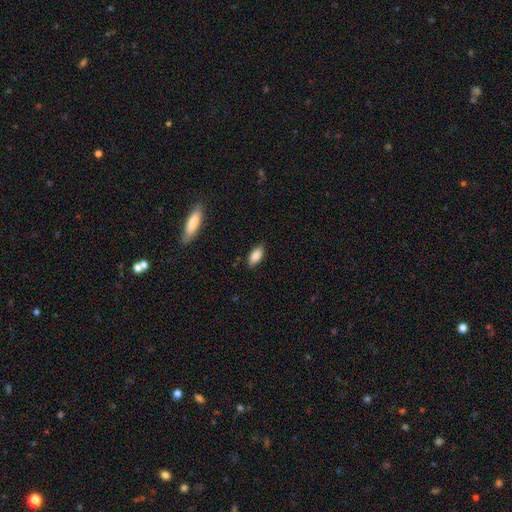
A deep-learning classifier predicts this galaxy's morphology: A smooth galaxy with no disk features (84%) that is in between round and cigar-shaped (85%). Merging: none (83%).